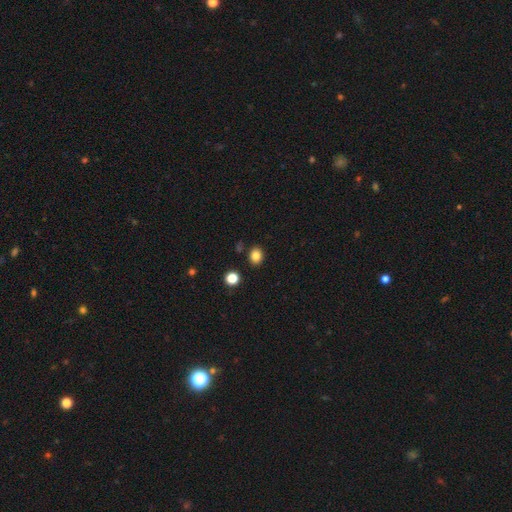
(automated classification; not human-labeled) smooth 84%, star or artifact 11%, featured or disk 5%. Down the decision tree: how rounded — round (55%); merging — none (86%).